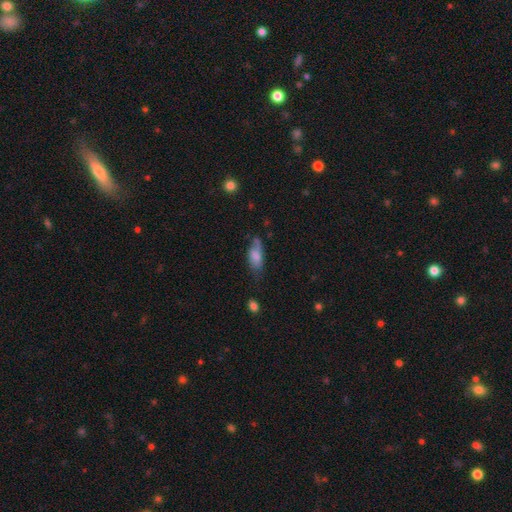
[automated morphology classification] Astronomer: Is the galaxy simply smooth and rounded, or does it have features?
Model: smooth — 69%.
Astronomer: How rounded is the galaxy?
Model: in between — 80%.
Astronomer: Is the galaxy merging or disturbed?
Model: none — 44% (runner-up: minor disturbance, 34%).